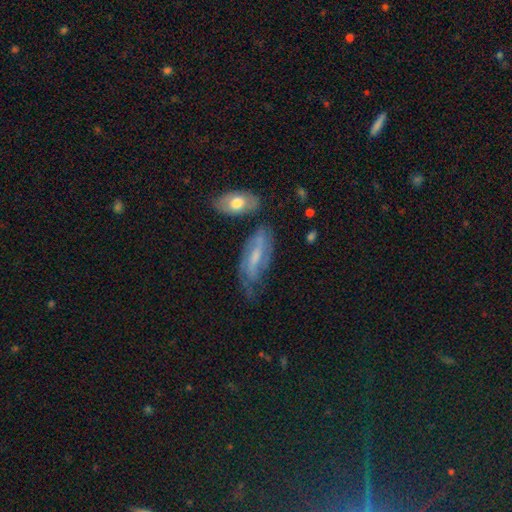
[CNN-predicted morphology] featured or disk 68%, smooth 24%, star or artifact 8%. Down the decision tree: edge-on disk — no (85%); bar — weak (46%); spiral arms — yes (83%); bulge size — small (44%); merging — none (54%).